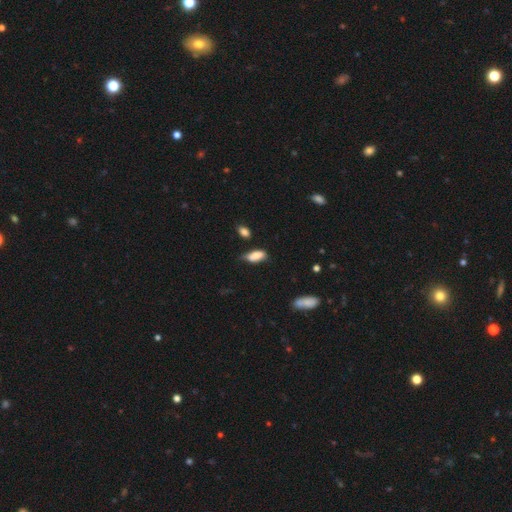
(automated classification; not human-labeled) A smooth galaxy with no disk features (82%) that is in between round and cigar-shaped (85%).

Vote fractions:
- Smooth or featured? smooth: 82% / featured or disk: 11% / star or artifact: 7%
- How rounded? in between: 85% / cigar-shaped: 13% / round: 3%
- Merging? none: 50% / minor disturbance: 36% / major disturbance: 8% / merger: 5%